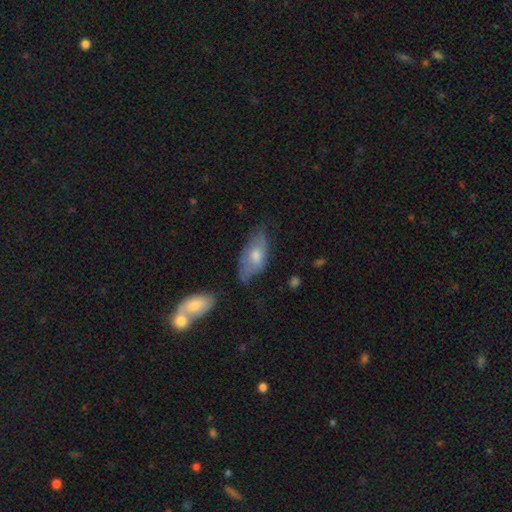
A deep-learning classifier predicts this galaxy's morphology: A smooth galaxy with no disk features (59%) that is in between round and cigar-shaped (89%). Merging: none (54%).